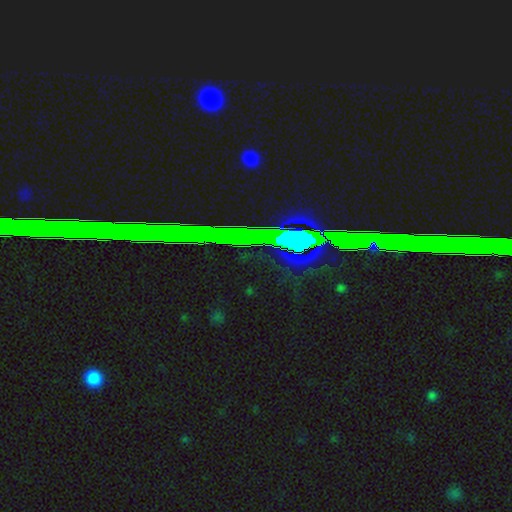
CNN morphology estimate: A star or artifact, not a galaxy (80%).